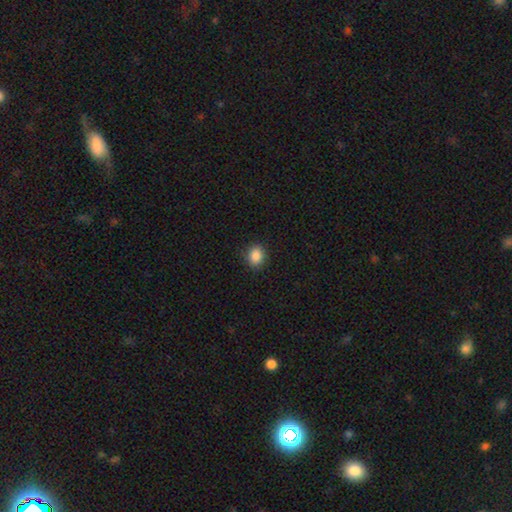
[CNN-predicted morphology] Smooth or featured? Predicted: smooth (p=0.88). How rounded? Predicted: round (p=0.57). Merging? Predicted: none (p=0.87).